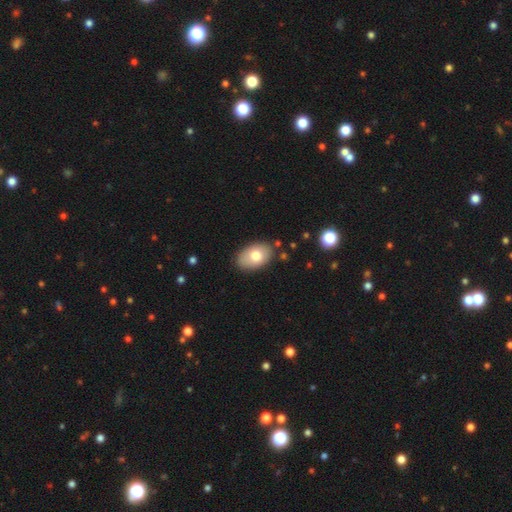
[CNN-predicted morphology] smooth-or-featured: smooth: 75% | featured or disk: 19% | star or artifact: 7%
  how-rounded: in between: 90% | round: 9% | cigar-shaped: 1%
  merging: none: 84% | minor disturbance: 11% | major disturbance: 3% | merger: 2%